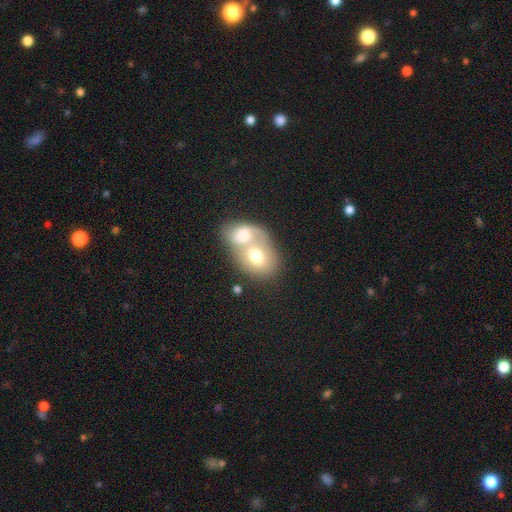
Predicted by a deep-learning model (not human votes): This appears to be a smooth galaxy with no disk features (63%) that is in between round and cigar-shaped (59%). Merging: merger (73%).